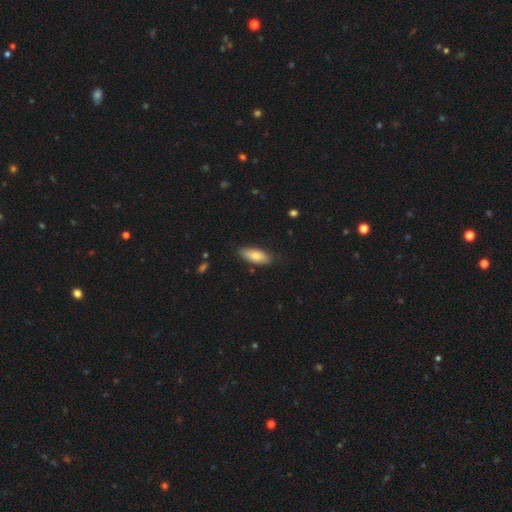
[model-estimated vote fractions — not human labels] This appears to be a smooth galaxy with no disk features (77%) that is in between round and cigar-shaped (79%). Merging: none (81%).